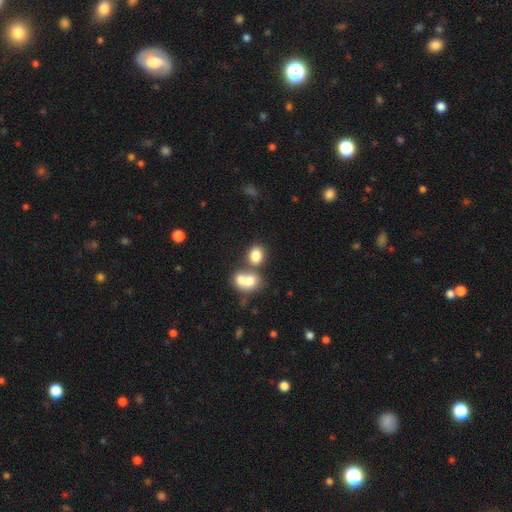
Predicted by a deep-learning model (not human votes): Smooth or featured? smooth (78%)
How rounded? round (51%)
Merging? none (45%)